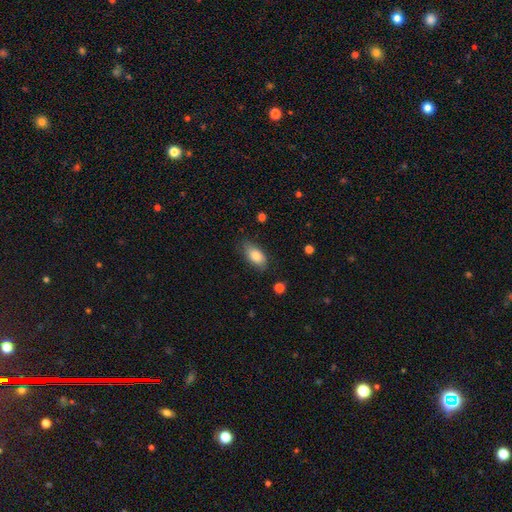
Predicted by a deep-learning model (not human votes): Smooth or featured? Predicted: smooth (p=0.82). How rounded? Predicted: in between (p=0.90). Merging? Predicted: none (p=0.73).